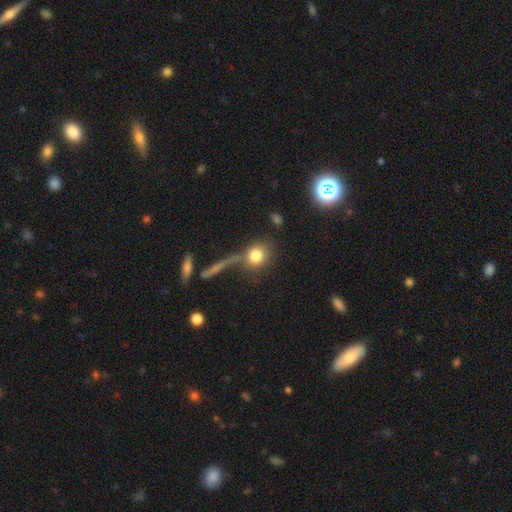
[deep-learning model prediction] Smooth or featured: smooth — 79% (featured or disk — 12%)
How rounded: round — 73% (in between — 24%)
Merging: none — 51% (merger — 19%)